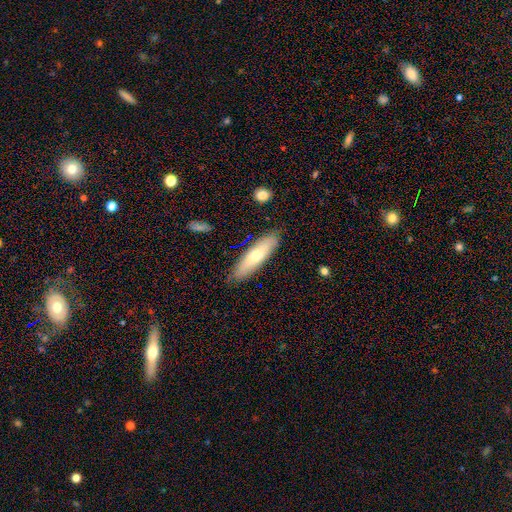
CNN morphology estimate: This is possibly a smooth galaxy (59%). How rounded: likely cigar-shaped (64%). Merging: clearly none (84%).